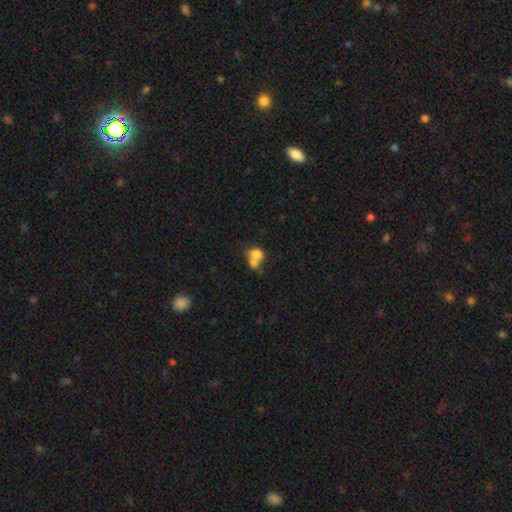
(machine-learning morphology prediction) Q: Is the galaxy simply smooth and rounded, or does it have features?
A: smooth — 73%.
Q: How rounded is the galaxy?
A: round — 59%.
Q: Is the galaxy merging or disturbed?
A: merger — 64%.